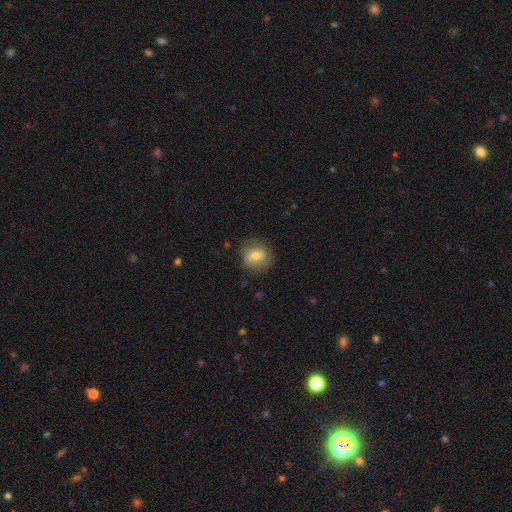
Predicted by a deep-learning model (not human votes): The model was most divided on "smooth or featured": smooth: 67%, featured or disk: 24%, star or artifact: 8%. More confident: merging — none (77%); how rounded — round (76%).